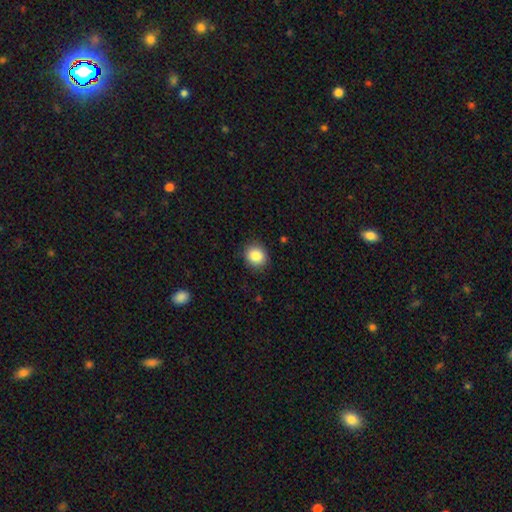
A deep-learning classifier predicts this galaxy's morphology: Overall: smooth (86%). How rounded: round (80%). Merging: none (88%).